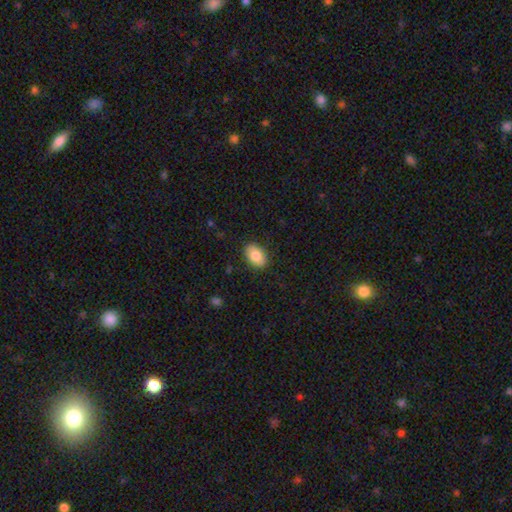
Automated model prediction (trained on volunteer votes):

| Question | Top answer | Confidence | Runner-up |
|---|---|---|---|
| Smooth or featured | smooth | 83% | featured or disk (10%) |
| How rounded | in between | 87% | round (12%) |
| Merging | none | 88% | minor disturbance (9%) |